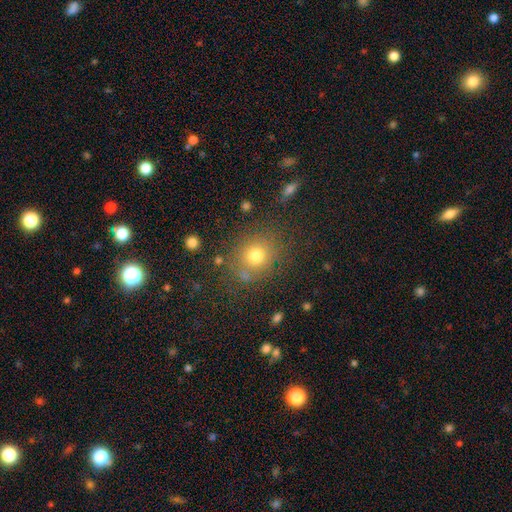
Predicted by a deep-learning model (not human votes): Smooth or featured? smooth (75%)
How rounded? round (76%)
Merging? none (78%)